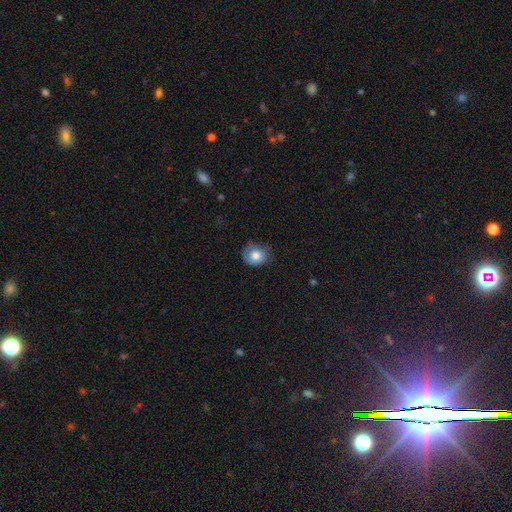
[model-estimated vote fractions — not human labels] A smooth galaxy with no disk features (79%) that is round (76%). Merging: none (66%).